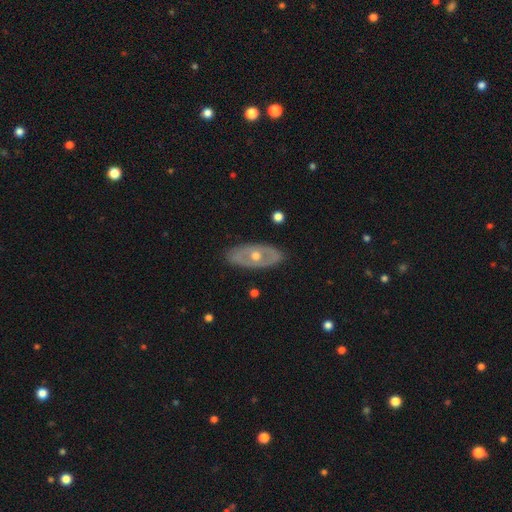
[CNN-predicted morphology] Overall: featured or disk (65%; smooth 30%). Edge-on disk: no (83%). Bar: no (88%). Spiral arms: no (84%). Bulge size: moderate (74%). Merging: none (84%).